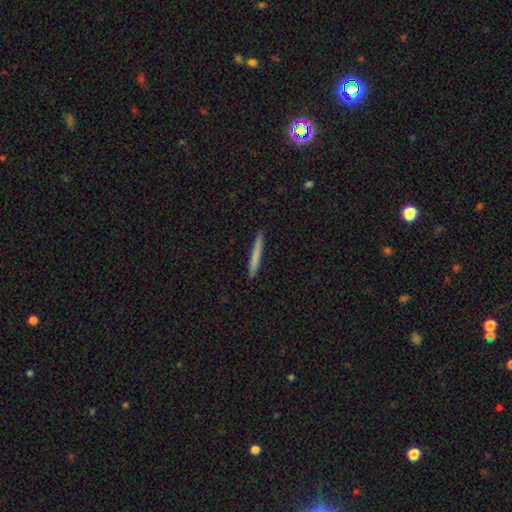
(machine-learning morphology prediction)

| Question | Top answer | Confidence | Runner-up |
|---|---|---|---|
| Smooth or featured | smooth | 71% | featured or disk (23%) |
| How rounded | cigar-shaped | 97% | in between (2%) |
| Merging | none | 92% | minor disturbance (5%) |